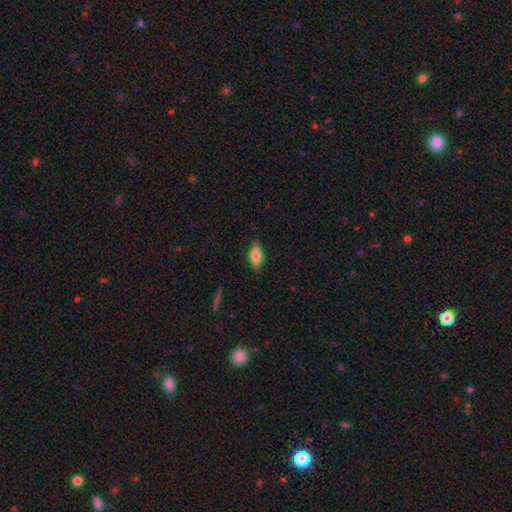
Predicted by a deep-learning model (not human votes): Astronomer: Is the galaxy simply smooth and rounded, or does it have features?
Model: smooth — 80%.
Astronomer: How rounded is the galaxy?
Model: in between — 83%.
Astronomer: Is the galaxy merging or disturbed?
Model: none — 85%.